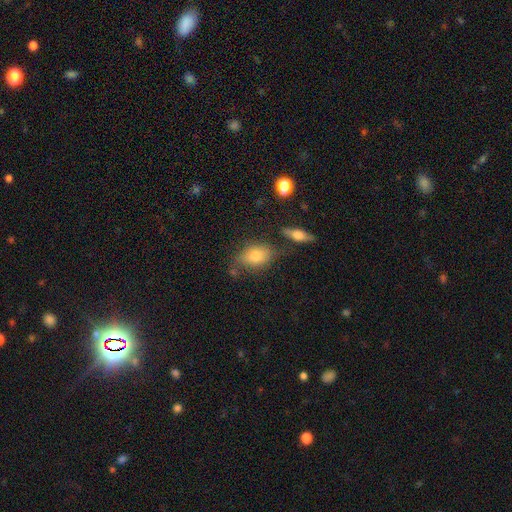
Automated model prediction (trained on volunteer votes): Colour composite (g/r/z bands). It shows a smooth galaxy with no disk features (74%) that is in between round and cigar-shaped (82%). Merging: none (65%).